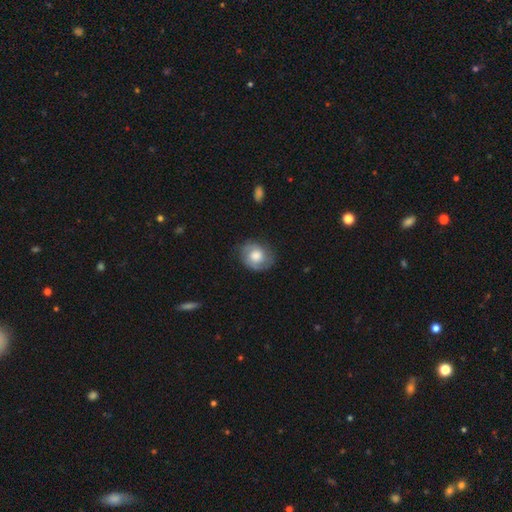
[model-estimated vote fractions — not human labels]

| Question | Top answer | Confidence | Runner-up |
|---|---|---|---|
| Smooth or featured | featured or disk | 59% | smooth (35%) |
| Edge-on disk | no | 97% | yes (3%) |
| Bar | no | 73% | weak (23%) |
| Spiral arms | yes | 86% | no (14%) |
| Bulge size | moderate | 43% | large (41%) |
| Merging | none | 76% | minor disturbance (17%) |